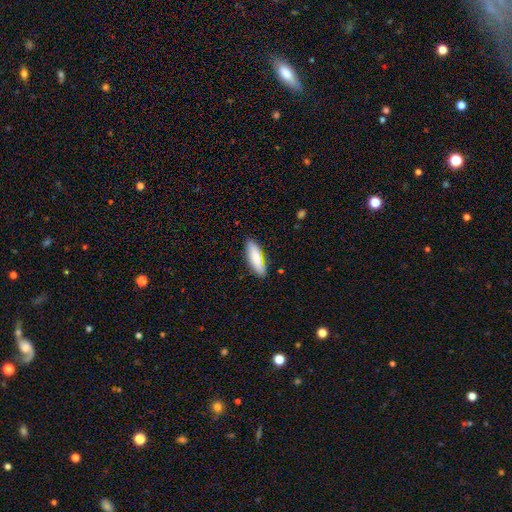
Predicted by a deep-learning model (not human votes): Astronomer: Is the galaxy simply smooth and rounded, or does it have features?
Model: smooth — 82%.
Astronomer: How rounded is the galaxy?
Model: in between — 54% (runner-up: cigar-shaped, 44%).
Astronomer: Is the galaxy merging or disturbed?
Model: none — 83%.